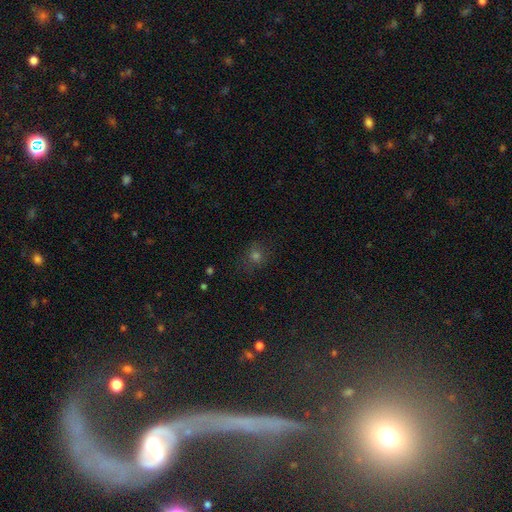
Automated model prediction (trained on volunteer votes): Morphology: type=smooth (56%); roundness=round (81%); merging=none (80%).